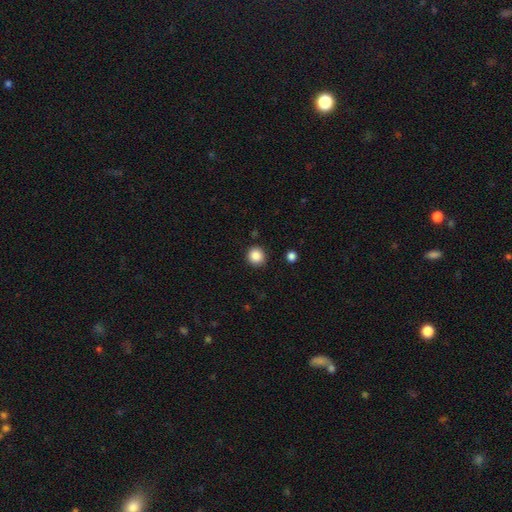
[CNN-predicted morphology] smooth_or_featured: smooth (p=0.87) [alt: star or artifact p=0.10]
how_rounded: round (p=0.92) [alt: in between p=0.07]
merging: none (p=0.90) [alt: minor disturbance p=0.07]